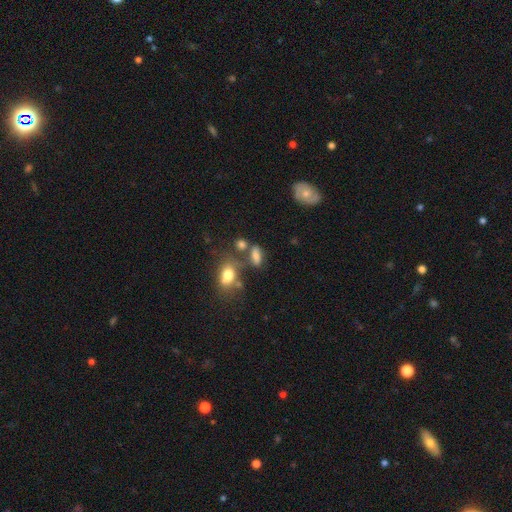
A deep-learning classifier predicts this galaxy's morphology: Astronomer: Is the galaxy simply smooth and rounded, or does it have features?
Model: smooth — 70%.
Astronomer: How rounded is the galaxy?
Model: in between — 74%.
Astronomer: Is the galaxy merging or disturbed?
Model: none — 50%.